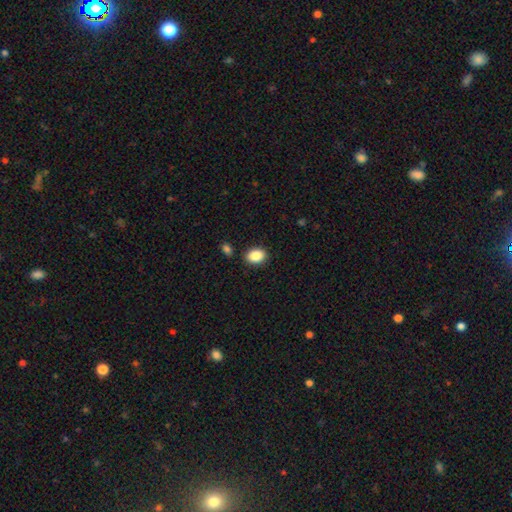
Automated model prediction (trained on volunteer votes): Overall: smooth (87%). How rounded: in between (69%; round 30%). Merging: none (86%).